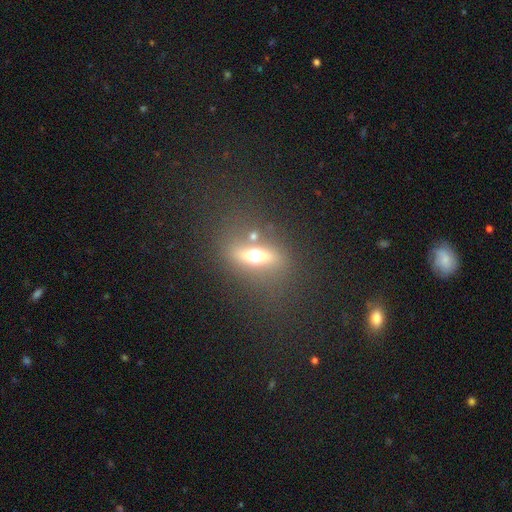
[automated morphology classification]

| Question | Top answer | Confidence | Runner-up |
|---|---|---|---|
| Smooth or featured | featured or disk | 43% | smooth (42%) |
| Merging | none | 71% | minor disturbance (12%) |